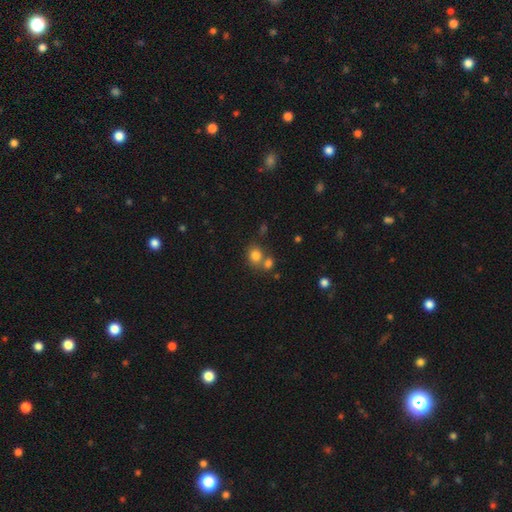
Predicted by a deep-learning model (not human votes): This appears to be a smooth galaxy with no disk features (80%) that is round (69%). Merging: none (51%).